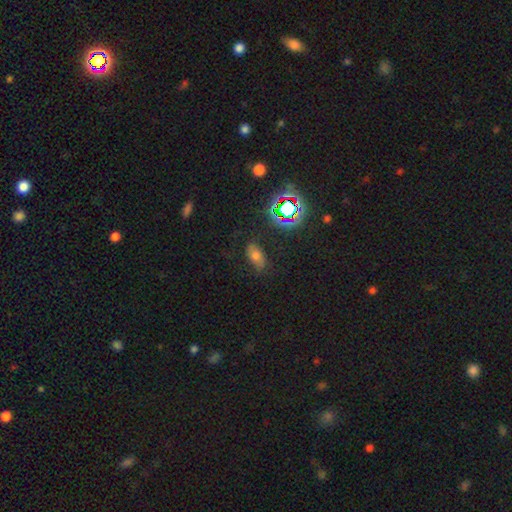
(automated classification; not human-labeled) Smooth or featured? Predicted: smooth (p=0.51). How rounded? Predicted: in between (p=0.85). Merging? Predicted: none (p=0.69).